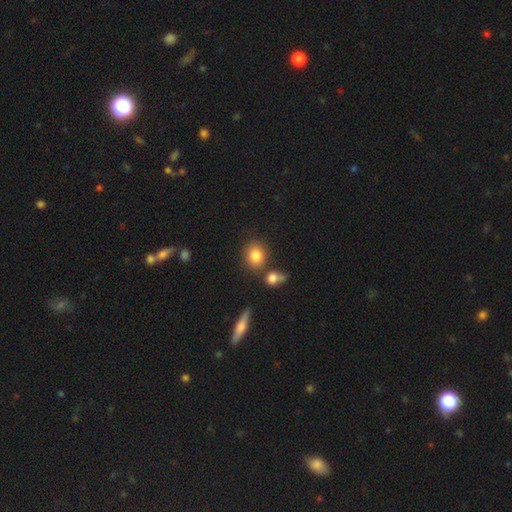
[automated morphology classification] smooth_or_featured: smooth (p=0.83) [alt: star or artifact p=0.09]
how_rounded: round (p=0.63) [alt: in between p=0.35]
merging: none (p=0.70) [alt: merger p=0.14]